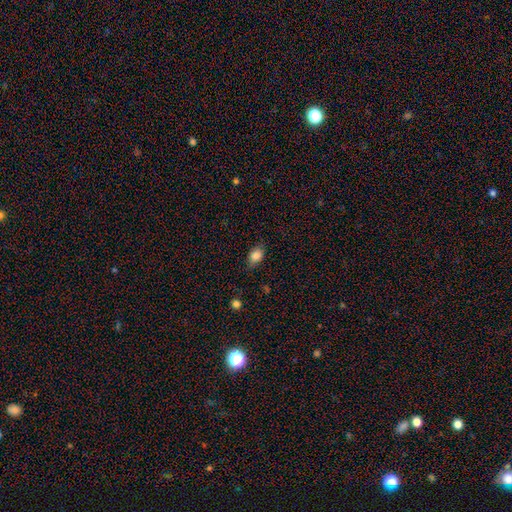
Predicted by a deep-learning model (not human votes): Q: Smooth or featured?
A: smooth (84%); runner-up: star or artifact (9%)
Q: How rounded?
A: in between (80%); runner-up: round (17%)
Q: Merging?
A: none (76%); runner-up: minor disturbance (19%)